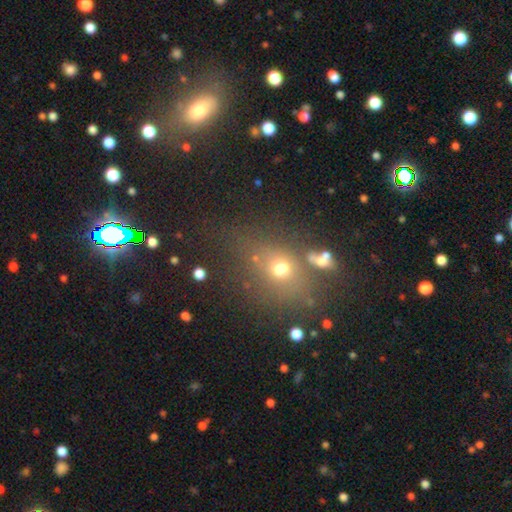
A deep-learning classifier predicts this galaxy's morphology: The model was most divided on "smooth or featured": smooth: 53%, star or artifact: 33%, featured or disk: 14%. More confident: merging — none (68%); how rounded — round (60%).